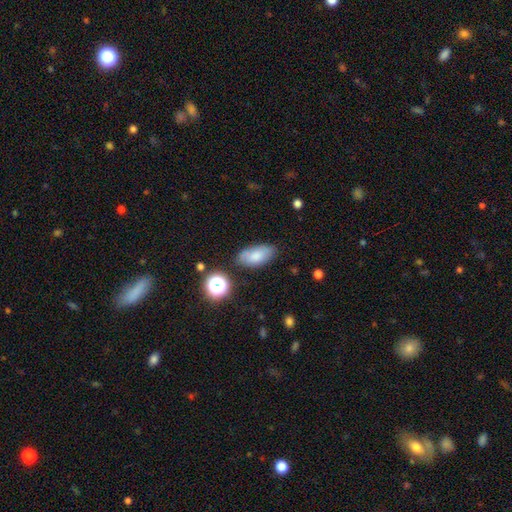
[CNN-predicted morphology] This is likely a smooth galaxy (76%). How rounded: clearly in between (91%). Merging: likely none (73%).